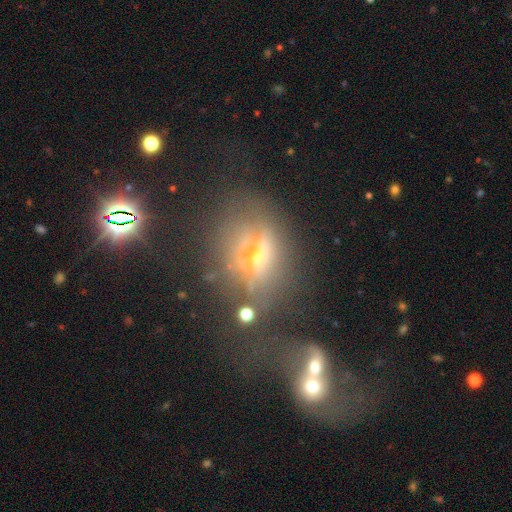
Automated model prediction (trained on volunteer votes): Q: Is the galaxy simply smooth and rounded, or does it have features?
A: featured or disk — 43%.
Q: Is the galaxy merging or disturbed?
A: none — 39%.